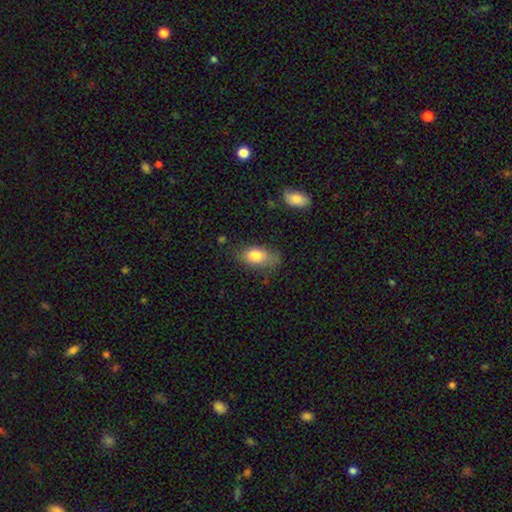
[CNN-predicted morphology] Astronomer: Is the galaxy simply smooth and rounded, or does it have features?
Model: smooth — 80%.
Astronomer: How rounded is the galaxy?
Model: in between — 87%.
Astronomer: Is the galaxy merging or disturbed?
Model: none — 63%.